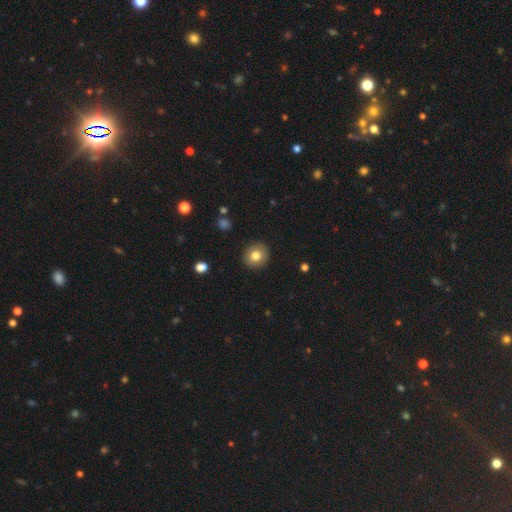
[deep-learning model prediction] This is likely a smooth galaxy (79%). How rounded: clearly round (83%). Merging: clearly none (90%).